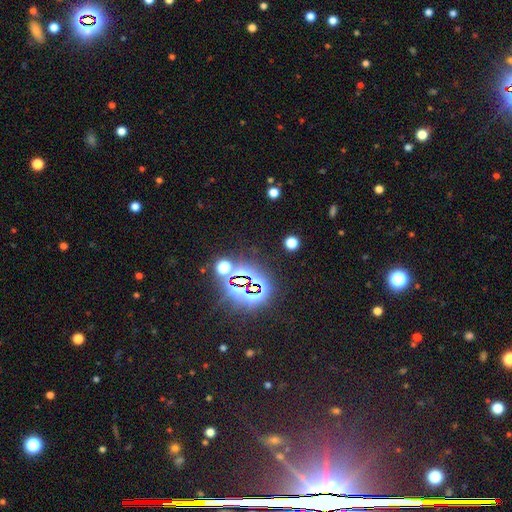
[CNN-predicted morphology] Smooth or featured? Predicted: star or artifact (p=0.82).